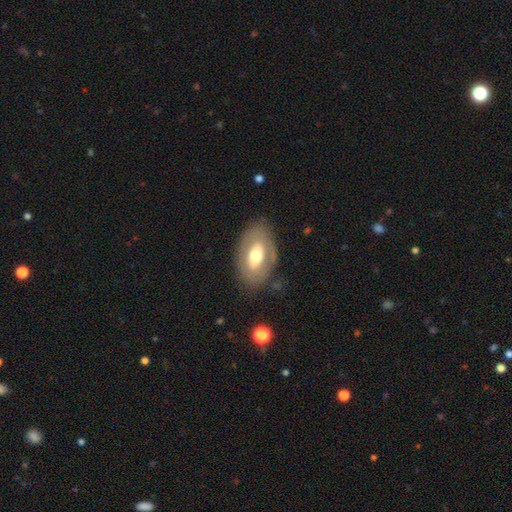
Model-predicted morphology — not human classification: Overall: featured or disk (48%; smooth 45%). Merging: none (77%).